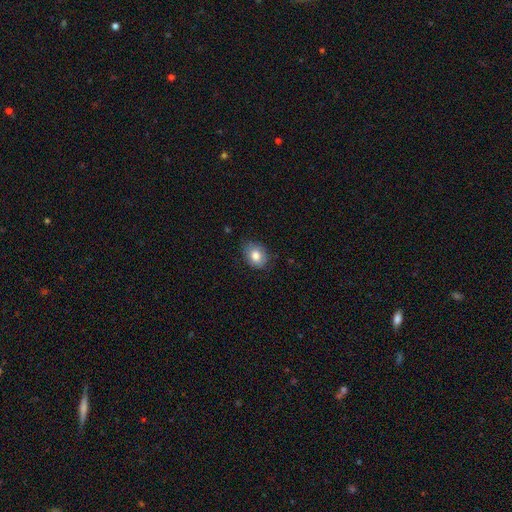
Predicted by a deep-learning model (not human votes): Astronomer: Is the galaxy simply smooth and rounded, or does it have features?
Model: smooth — 81%.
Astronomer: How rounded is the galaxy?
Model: in between — 63%.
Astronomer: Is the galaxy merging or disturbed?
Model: none — 77%.